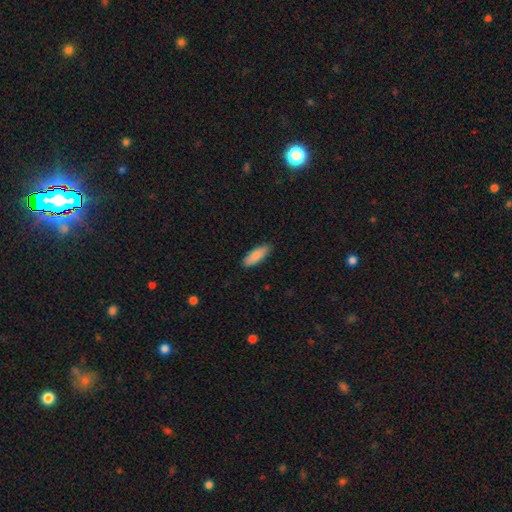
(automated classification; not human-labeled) Smooth or featured: smooth — 86% (featured or disk — 8%)
How rounded: in between — 66% (cigar-shaped — 32%)
Merging: none — 87% (minor disturbance — 10%)